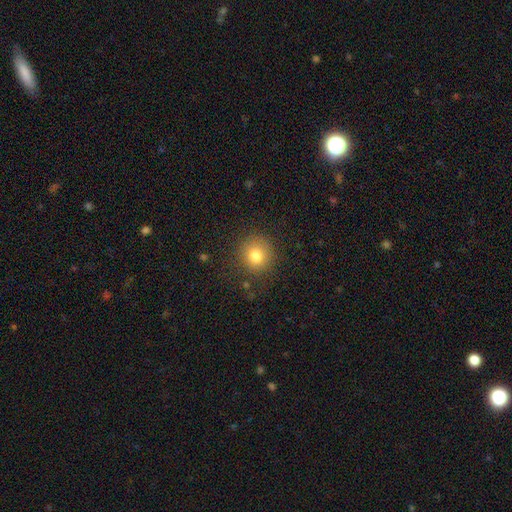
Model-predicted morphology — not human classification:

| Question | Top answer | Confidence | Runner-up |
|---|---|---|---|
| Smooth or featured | smooth | 80% | star or artifact (12%) |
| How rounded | round | 88% | in between (12%) |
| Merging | none | 85% | minor disturbance (10%) |